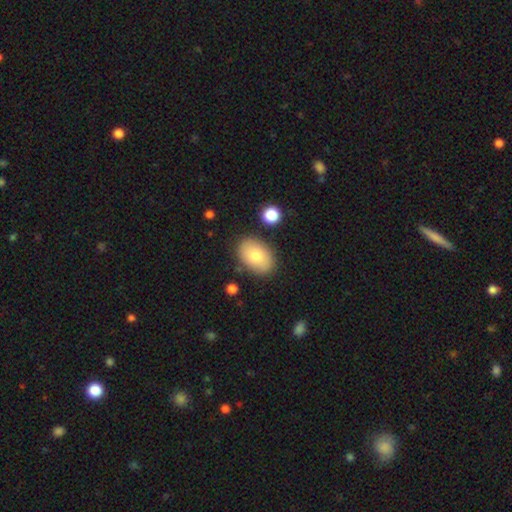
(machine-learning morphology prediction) Smooth or featured? Predicted: smooth (p=0.77). How rounded? Predicted: in between (p=0.86). Merging? Predicted: none (p=0.84).